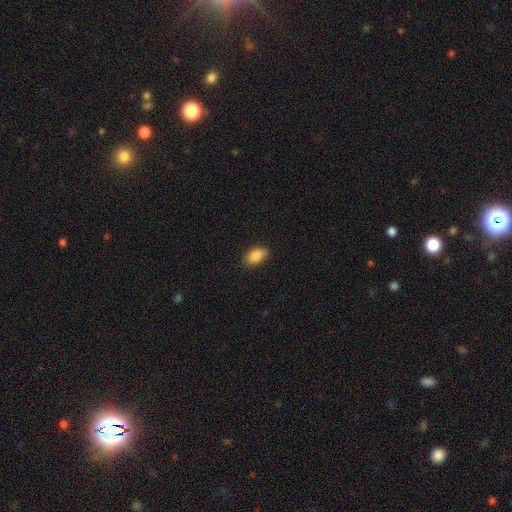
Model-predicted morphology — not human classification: Overall: smooth (87%). How rounded: in between (91%). Merging: none (80%).